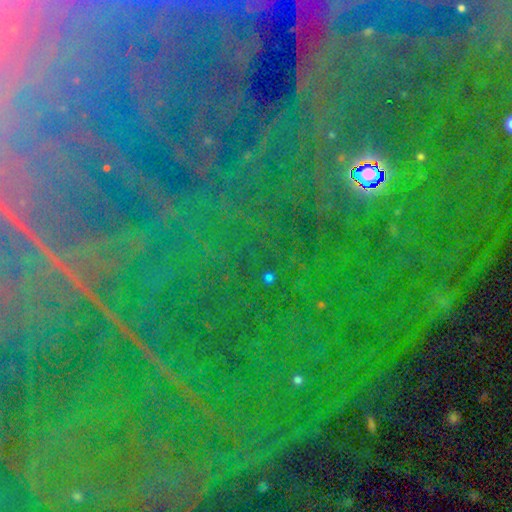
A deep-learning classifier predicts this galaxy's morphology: Q: Smooth or featured?
A: star or artifact (85%); runner-up: featured or disk (8%)